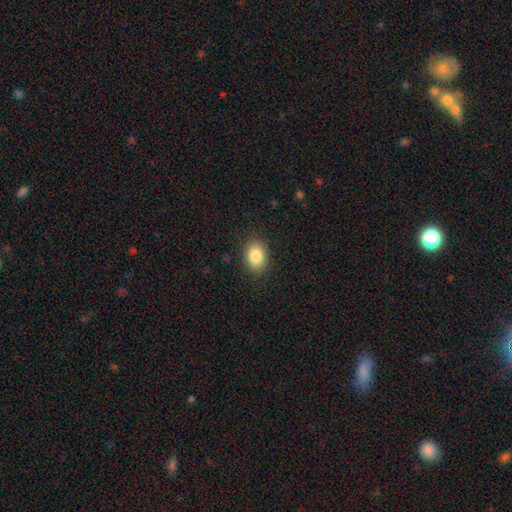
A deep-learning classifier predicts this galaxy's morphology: smooth_or_featured: smooth (p=0.85) [alt: star or artifact p=0.09]
how_rounded: in between (p=0.76) [alt: round p=0.23]
merging: none (p=0.86) [alt: minor disturbance p=0.10]